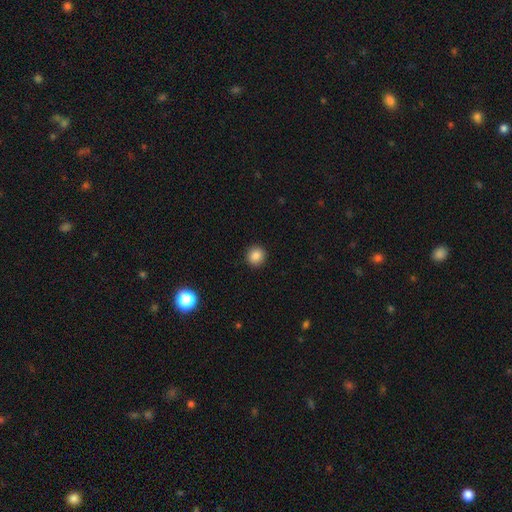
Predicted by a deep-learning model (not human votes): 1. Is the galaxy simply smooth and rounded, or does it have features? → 86% smooth, 10% star or artifact, 4% featured or disk.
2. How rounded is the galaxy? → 92% round, 7% in between, 1% cigar-shaped.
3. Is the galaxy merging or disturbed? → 93% none, 5% minor disturbance, 2% major disturbance, 1% merger.